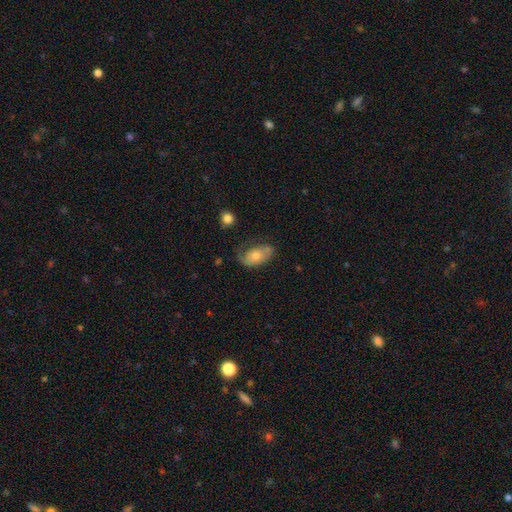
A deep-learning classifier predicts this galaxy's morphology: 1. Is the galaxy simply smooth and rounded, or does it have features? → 52% smooth, 40% featured or disk, 8% star or artifact.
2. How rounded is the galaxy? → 90% in between, 7% round, 3% cigar-shaped.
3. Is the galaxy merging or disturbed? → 52% none, 31% minor disturbance, 15% major disturbance, 3% merger.